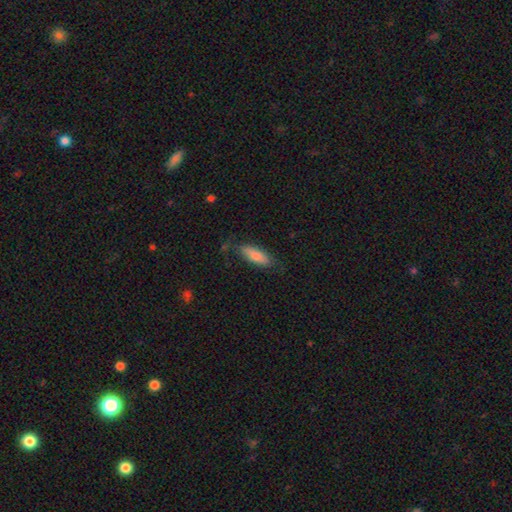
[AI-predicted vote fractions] Overall: smooth (75%). How rounded: in between (52%; cigar-shaped 46%). Merging: none (75%).